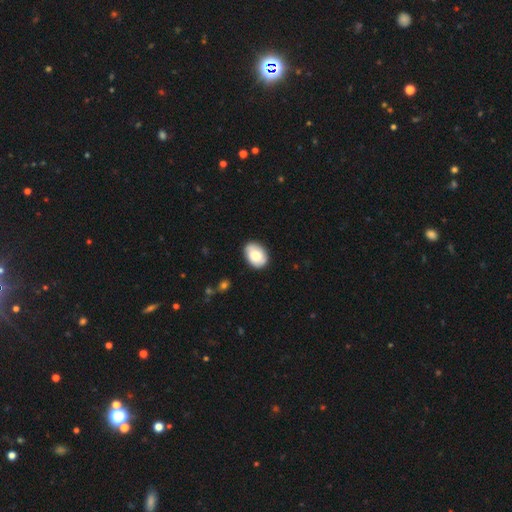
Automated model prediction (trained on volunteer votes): Morphology: type=smooth (81%); roundness=in between (81%); merging=none (82%).